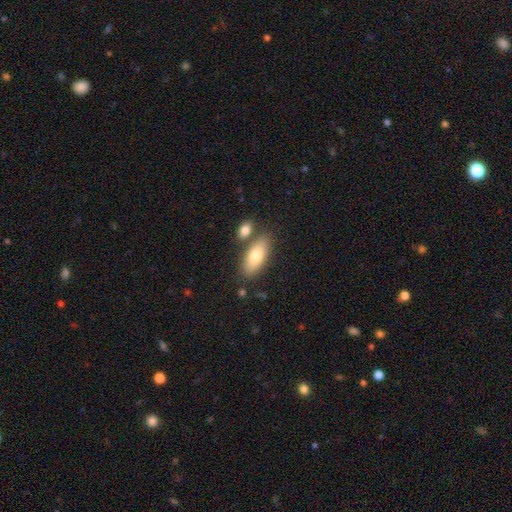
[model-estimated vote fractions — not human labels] Smooth or featured? smooth (77%)
How rounded? in between (83%)
Merging? none (71%)